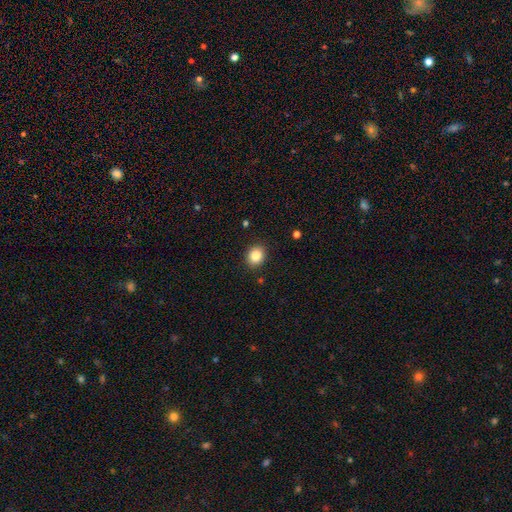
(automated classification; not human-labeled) Overall: smooth (85%). How rounded: round (68%; in between 31%). Merging: none (90%).